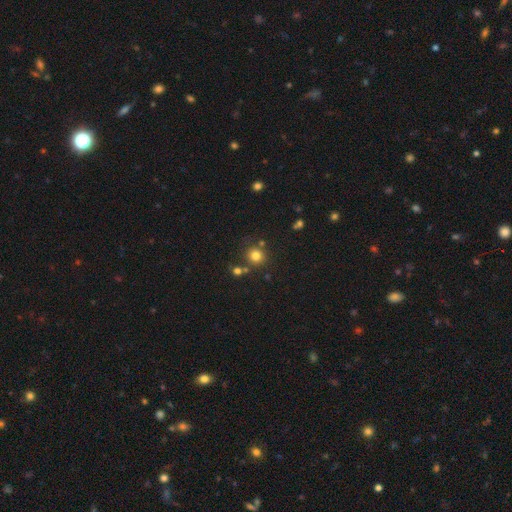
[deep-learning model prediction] A smooth galaxy with no disk features (78%) that is round (89%).

Vote fractions:
- Smooth or featured? smooth: 78% / star or artifact: 15% / featured or disk: 7%
- How rounded? round: 89% / in between: 10% / cigar-shaped: 1%
- Merging? none: 75% / merger: 12% / minor disturbance: 9% / major disturbance: 4%